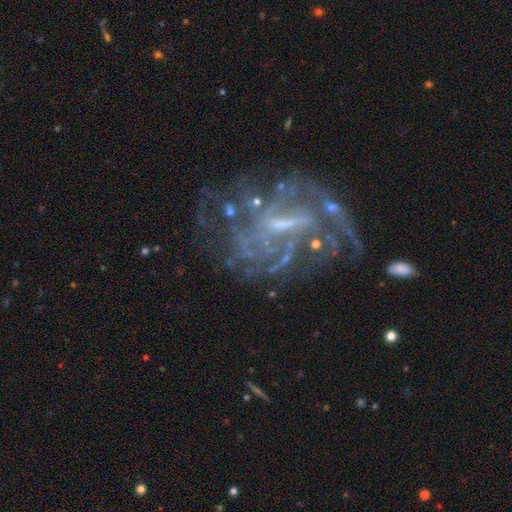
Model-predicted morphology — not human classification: Q: Smooth or featured?
A: featured or disk (84%); runner-up: star or artifact (10%)
Q: Edge-on disk?
A: no (96%); runner-up: yes (4%)
Q: Bar?
A: weak (48%); runner-up: strong (31%)
Q: Spiral arms?
A: yes (86%); runner-up: no (14%)
Q: Spiral winding?
A: medium (41%); runner-up: tight (37%)
Q: Spiral arm count?
A: can't tell (39%); runner-up: 2 (15%)
Q: Bulge size?
A: small (46%); runner-up: none (26%)
Q: Merging?
A: none (51%); runner-up: major disturbance (25%)